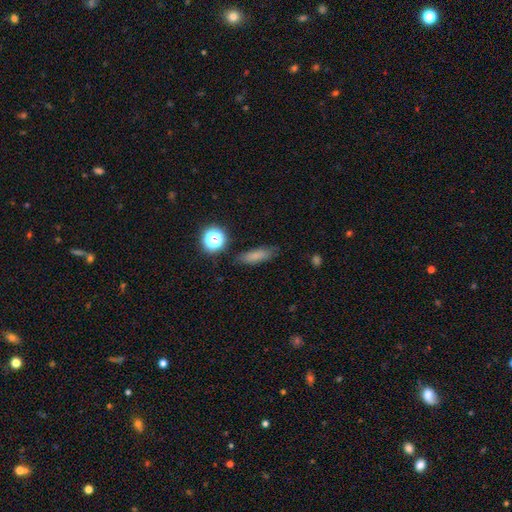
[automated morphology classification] Smooth or featured? smooth (77%)
How rounded? cigar-shaped (54%)
Merging? none (81%)